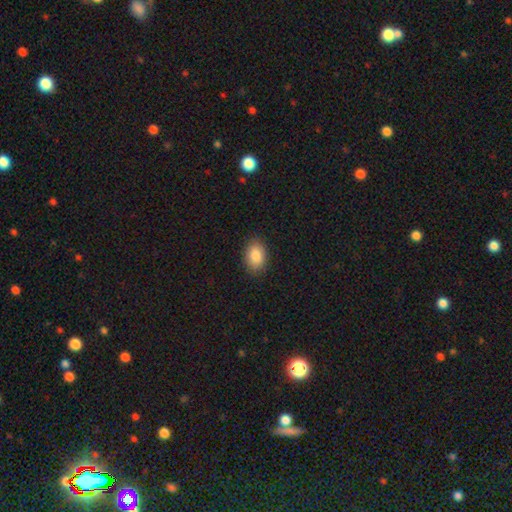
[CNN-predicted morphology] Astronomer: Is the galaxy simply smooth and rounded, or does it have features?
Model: smooth — 85%.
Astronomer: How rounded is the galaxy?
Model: in between — 85%.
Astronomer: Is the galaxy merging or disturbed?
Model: none — 88%.